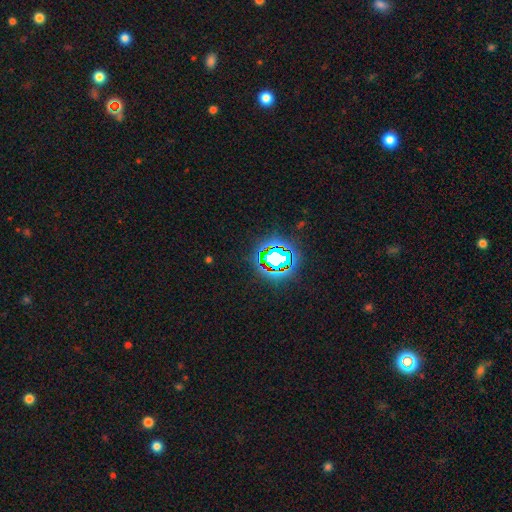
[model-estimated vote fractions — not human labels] A star or artifact, not a galaxy (83%).

Vote fractions:
- Smooth or featured? star or artifact: 83% / smooth: 10% / featured or disk: 7%